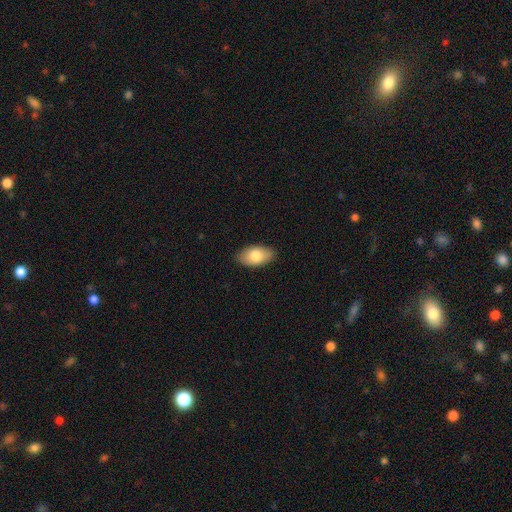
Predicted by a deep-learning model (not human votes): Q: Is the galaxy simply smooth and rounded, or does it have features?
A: smooth — 81%.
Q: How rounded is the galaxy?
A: in between — 94%.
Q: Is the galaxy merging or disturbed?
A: none — 87%.